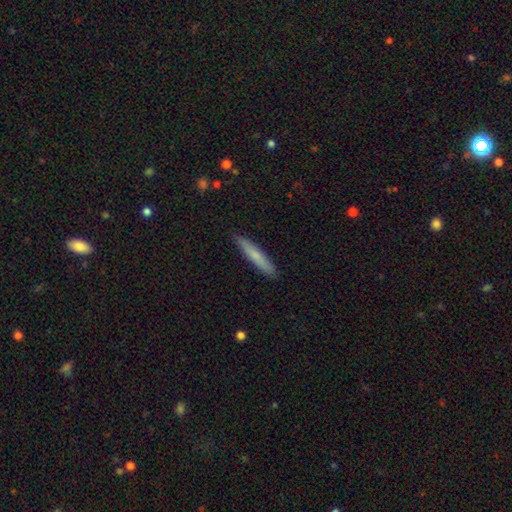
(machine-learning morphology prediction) Overall: smooth (72%). How rounded: cigar-shaped (93%). Merging: none (90%).